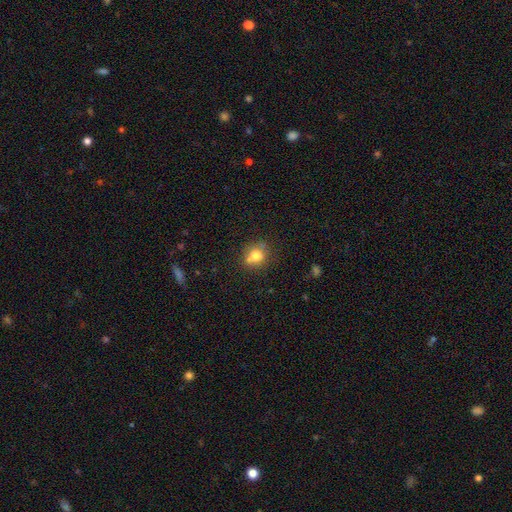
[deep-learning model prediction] smooth_or_featured: smooth (p=0.75) [alt: featured or disk p=0.13]
how_rounded: round (p=0.80) [alt: in between p=0.19]
merging: none (p=0.60) [alt: merger p=0.23]